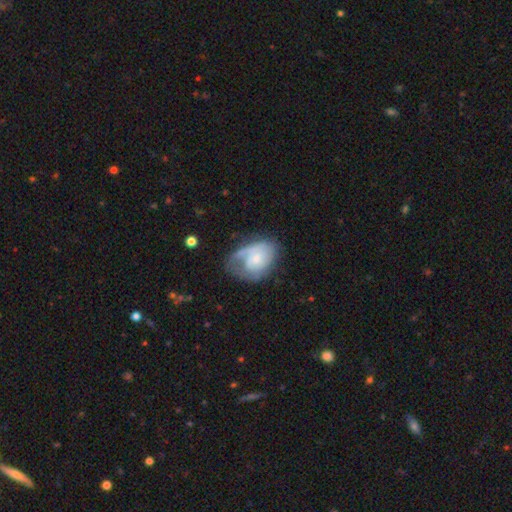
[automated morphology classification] type=featured or disk (57%); edge-on=no (96%); bar=no (78%); spiral arms=yes (70%); bulge=small (62%); merging=none (41%).